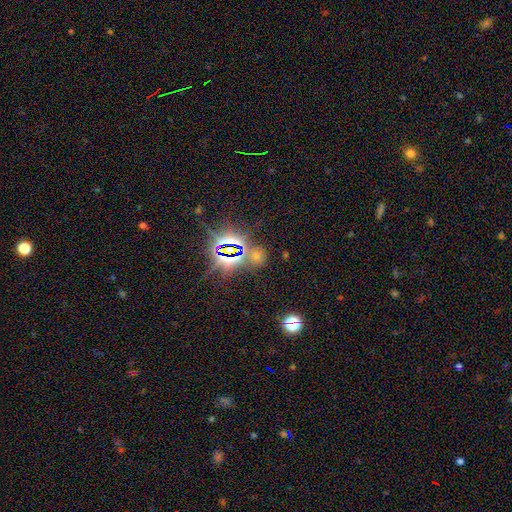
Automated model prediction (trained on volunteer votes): This appears to be a star or artifact, not a galaxy (70%).